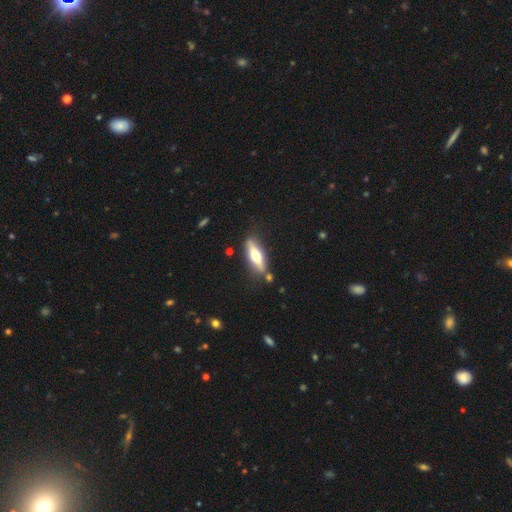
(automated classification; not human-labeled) Smooth or featured?
  - featured or disk: 50% *
  - smooth: 44%
  - star or artifact: 6%
Merging?
  - none: 79% *
  - minor disturbance: 13%
  - merger: 5%
  - major disturbance: 3%